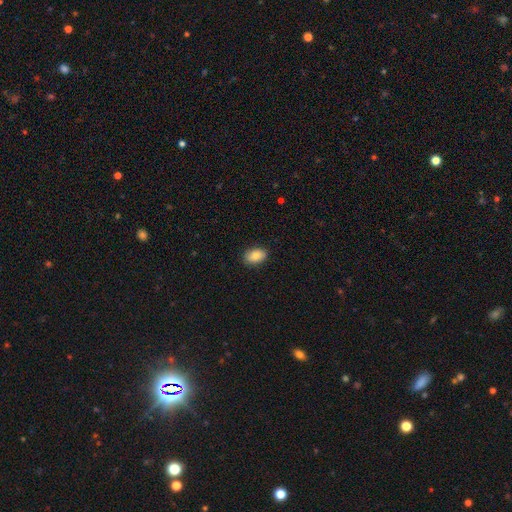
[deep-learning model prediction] Smooth or featured? Predicted: smooth (p=0.85). How rounded? Predicted: in between (p=0.89). Merging? Predicted: none (p=0.87).